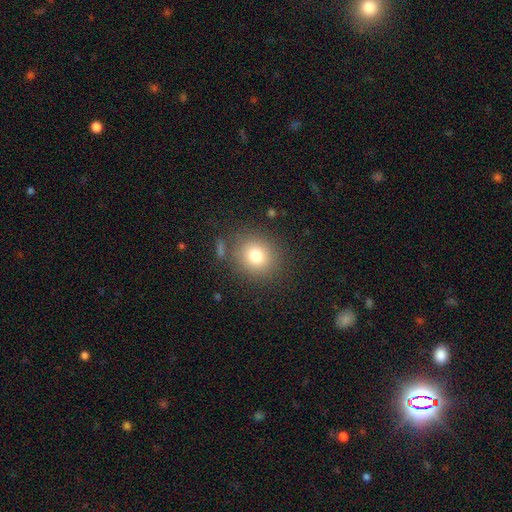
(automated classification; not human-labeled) smooth 78%, star or artifact 12%, featured or disk 10%. Down the decision tree: how rounded — round (82%); merging — none (82%).